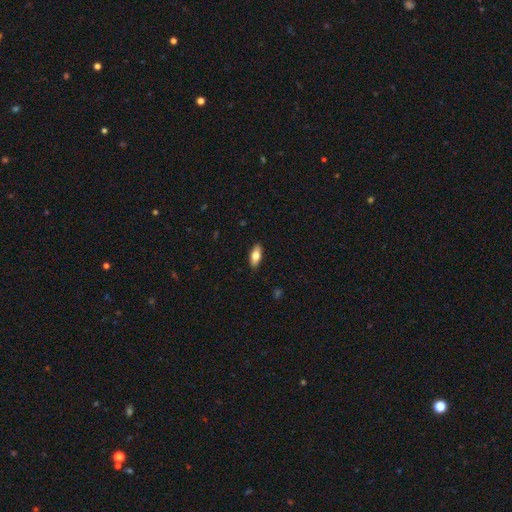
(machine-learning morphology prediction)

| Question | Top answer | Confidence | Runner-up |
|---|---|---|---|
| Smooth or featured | smooth | 75% | featured or disk (19%) |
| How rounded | in between | 84% | cigar-shaped (13%) |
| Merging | none | 89% | minor disturbance (8%) |